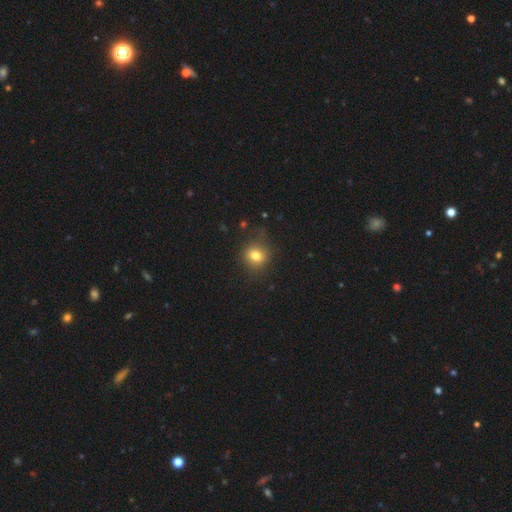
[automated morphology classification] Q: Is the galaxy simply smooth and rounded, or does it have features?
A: smooth — 77%.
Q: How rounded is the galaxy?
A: round — 75%.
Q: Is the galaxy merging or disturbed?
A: none — 78%.